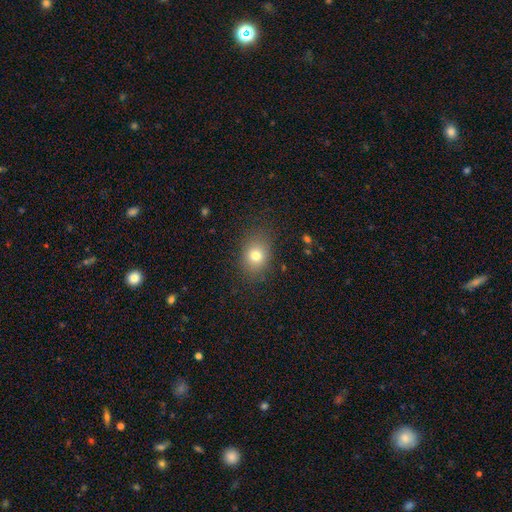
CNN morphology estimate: This appears to be a smooth galaxy with no disk features (76%) that is in between round and cigar-shaped (53%). Merging: none (82%).